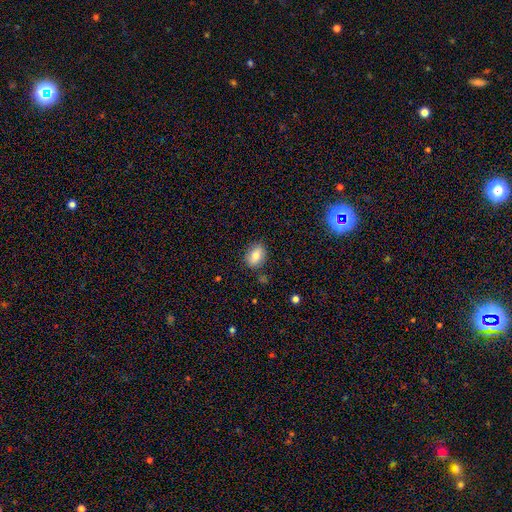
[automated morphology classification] type=smooth (78%); roundness=in between (73%); merging=none (80%).